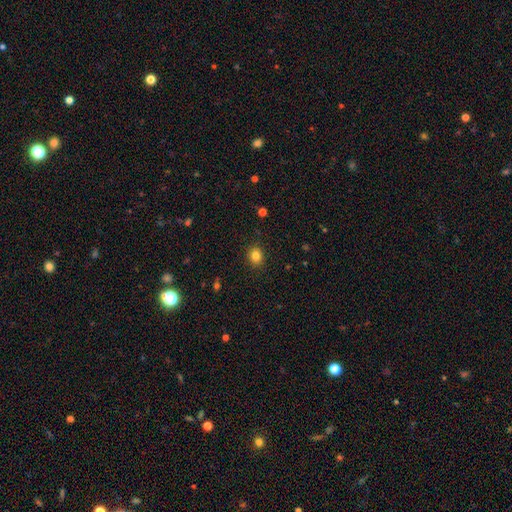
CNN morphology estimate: The model was most divided on "how rounded": round: 65%, in between: 34%, cigar-shaped: 1%. More confident: merging — none (90%); smooth or featured — smooth (83%).